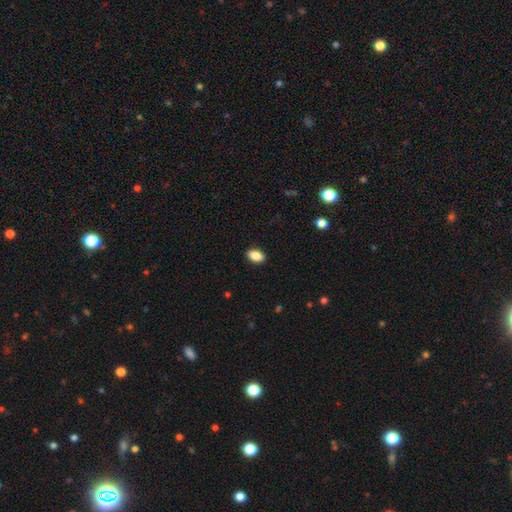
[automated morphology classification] Smooth or featured? Predicted: smooth (p=0.87). How rounded? Predicted: in between (p=0.91). Merging? Predicted: none (p=0.90).